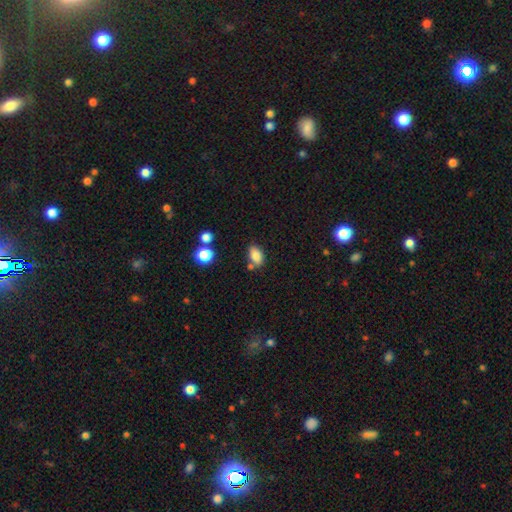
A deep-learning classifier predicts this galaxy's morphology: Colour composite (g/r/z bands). It shows a smooth galaxy with no disk features (83%) that is in between round and cigar-shaped (87%). Merging: none (67%).